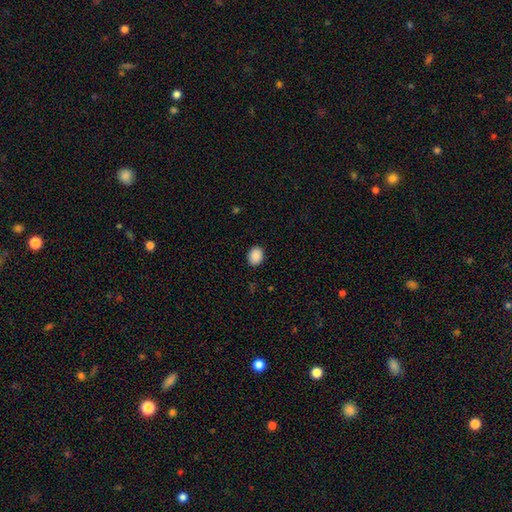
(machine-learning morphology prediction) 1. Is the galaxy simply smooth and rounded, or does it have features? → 90% smooth, 8% star or artifact, 3% featured or disk.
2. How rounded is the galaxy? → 60% in between, 39% round, 1% cigar-shaped.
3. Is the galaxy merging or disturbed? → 89% none, 8% minor disturbance, 2% major disturbance, 1% merger.